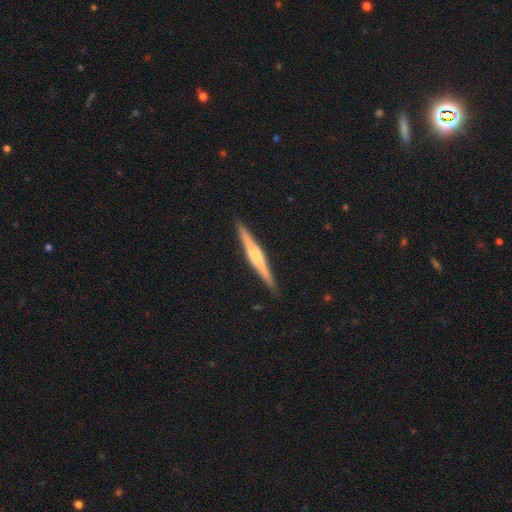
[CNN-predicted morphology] A featured or disk galaxy (69%) viewed edge-on (98%) with a rounded central bulge (57%).

Vote fractions:
- Smooth or featured? featured or disk: 69% / smooth: 26% / star or artifact: 5%
- Edge-on disk? yes: 98% / no: 2%
- Edge-on bulge? rounded: 57% / boxy: 27% / none: 16%
- Merging? none: 91% / minor disturbance: 6% / major disturbance: 1% / merger: 1%